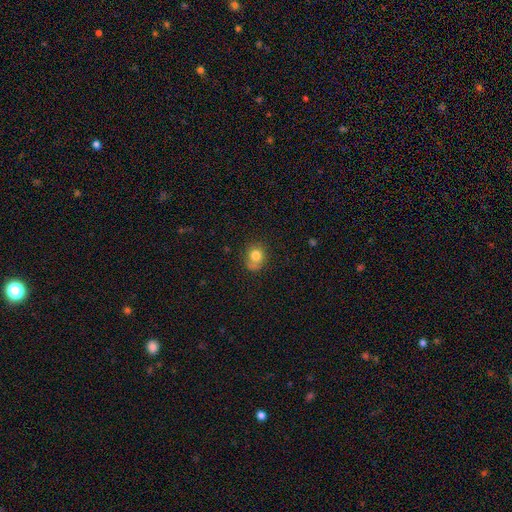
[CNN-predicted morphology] smooth_or_featured: smooth (p=0.78) [alt: featured or disk p=0.13]
how_rounded: round (p=0.64) [alt: in between p=0.35]
merging: none (p=0.58) [alt: minor disturbance p=0.27]